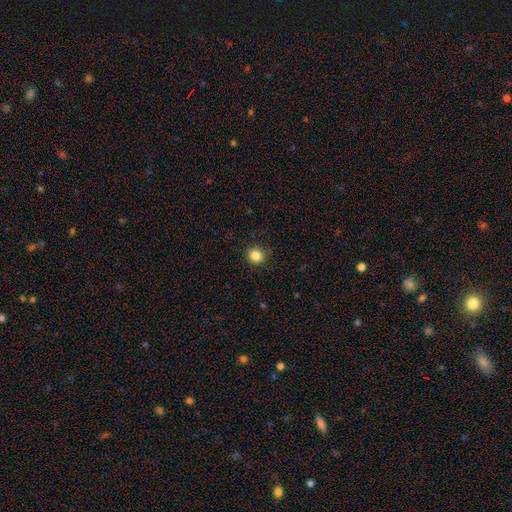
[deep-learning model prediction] This is clearly a smooth galaxy (84%). How rounded: clearly round (90%). Merging: clearly none (89%).